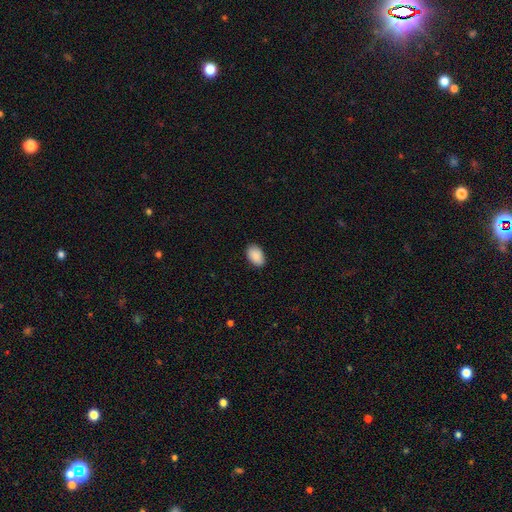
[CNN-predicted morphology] Smooth or featured? smooth (90%)
How rounded? in between (92%)
Merging? none (88%)